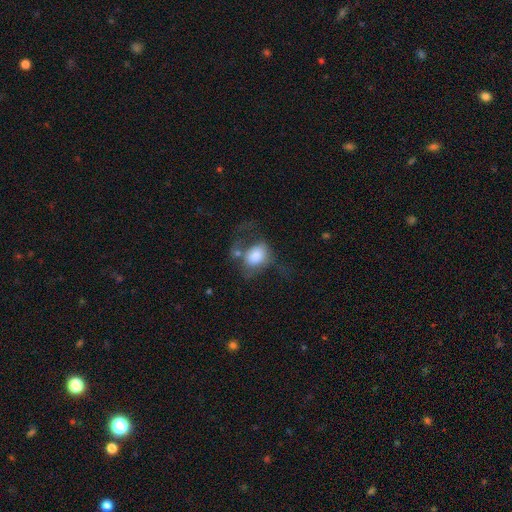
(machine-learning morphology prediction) Smooth or featured? smooth (66%)
How rounded? in between (54%)
Merging? major disturbance (42%)